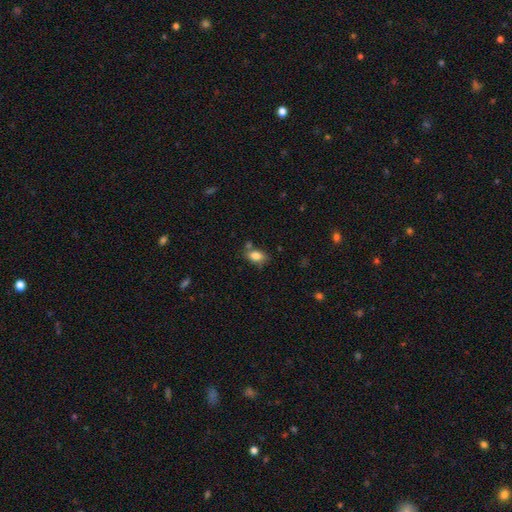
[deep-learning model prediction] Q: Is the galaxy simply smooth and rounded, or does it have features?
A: smooth — 82%.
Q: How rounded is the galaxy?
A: in between — 82%.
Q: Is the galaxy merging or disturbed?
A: none — 59%.